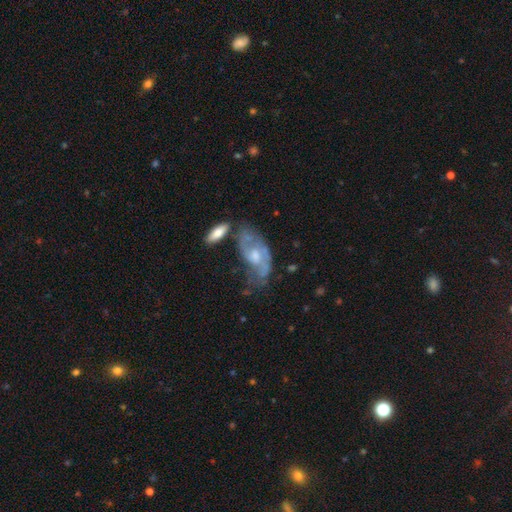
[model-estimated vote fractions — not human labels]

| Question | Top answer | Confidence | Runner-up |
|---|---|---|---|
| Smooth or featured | featured or disk | 69% | smooth (24%) |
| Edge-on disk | no | 90% | yes (10%) |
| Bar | no | 65% | weak (30%) |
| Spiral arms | yes | 75% | no (25%) |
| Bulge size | moderate | 57% | small (28%) |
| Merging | none | 42% | minor disturbance (26%) |